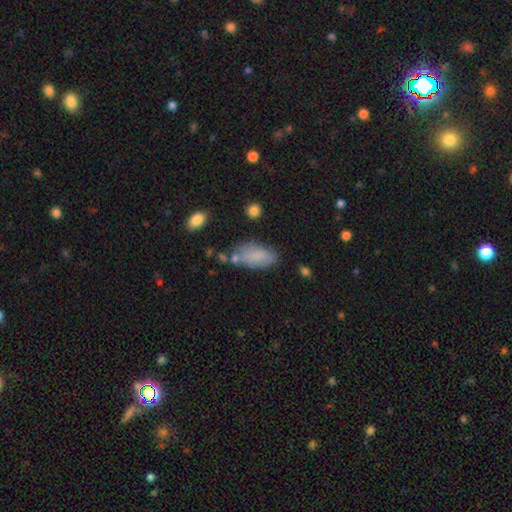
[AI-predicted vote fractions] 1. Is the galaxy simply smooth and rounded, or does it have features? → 78% smooth, 14% featured or disk, 8% star or artifact.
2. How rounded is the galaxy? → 90% in between, 7% cigar-shaped, 3% round.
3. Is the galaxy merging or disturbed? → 60% none, 24% minor disturbance, 8% merger, 7% major disturbance.